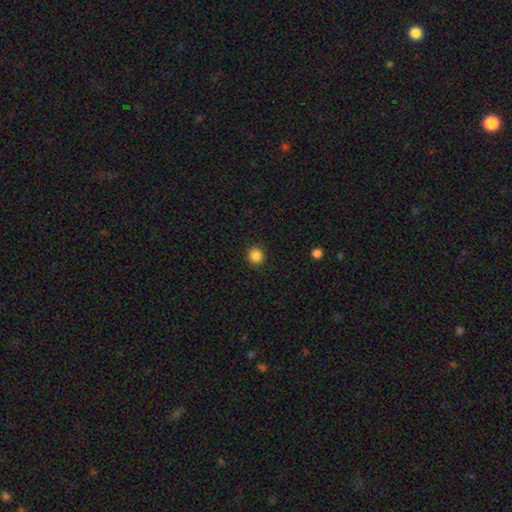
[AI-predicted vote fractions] smooth-or-featured: smooth: 86% | star or artifact: 11% | featured or disk: 3%
  how-rounded: round: 94% | in between: 5% | cigar-shaped: 1%
  merging: none: 91% | minor disturbance: 6% | major disturbance: 2% | merger: 1%